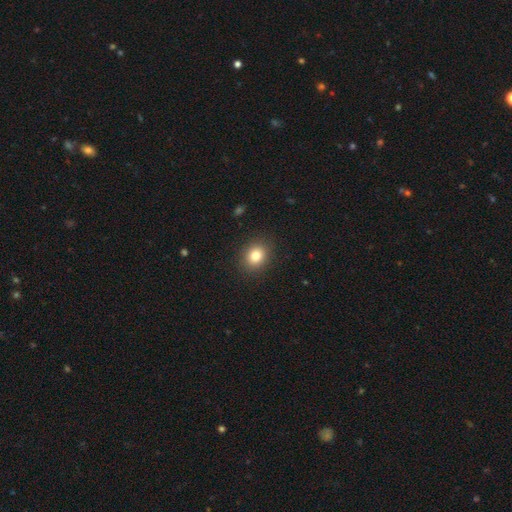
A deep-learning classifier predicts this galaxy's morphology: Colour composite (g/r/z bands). It shows a smooth galaxy with no disk features (82%) that is round (62%). Merging: none (89%).